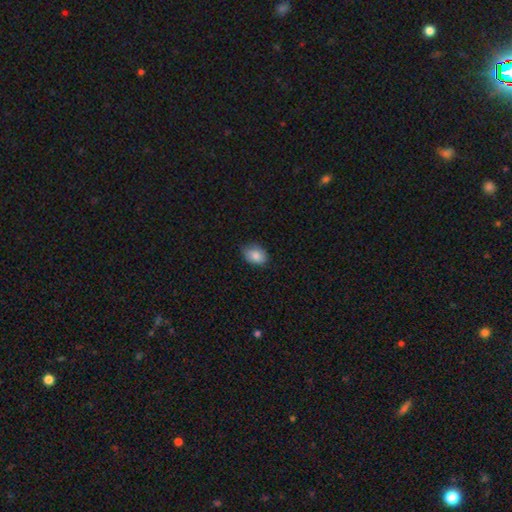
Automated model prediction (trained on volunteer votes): Smooth or featured? Predicted: smooth (p=0.84). How rounded? Predicted: in between (p=0.76). Merging? Predicted: none (p=0.74).